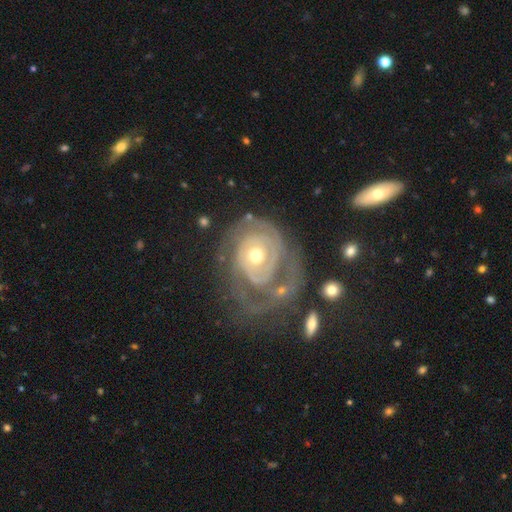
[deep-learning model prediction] Smooth or featured?
  - featured or disk: 85% *
  - smooth: 10%
  - star or artifact: 5%
Edge-on disk?
  - no: 97% *
  - yes: 3%
Bar?
  - no: 80% *
  - weak: 15%
  - strong: 5%
Spiral arms?
  - yes: 86% *
  - no: 14%
Spiral winding?
  - tight: 74% *
  - medium: 19%
  - loose: 7%
Spiral arm count?
  - can't tell: 35% *
  - 2: 27%
  - 1: 14%
  - 3: 14%
  - 4: 6%
  - more than 4: 5%
Bulge size?
  - moderate: 64% *
  - small: 29%
  - large: 4%
  - dominant: 1%
  - none: 1%
Merging?
  - none: 43% *
  - major disturbance: 30%
  - minor disturbance: 20%
  - merger: 7%